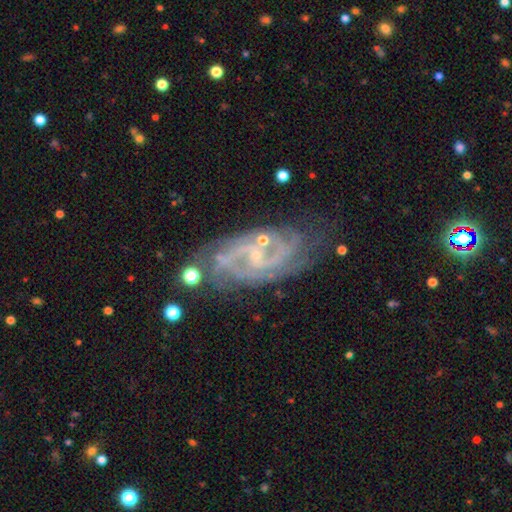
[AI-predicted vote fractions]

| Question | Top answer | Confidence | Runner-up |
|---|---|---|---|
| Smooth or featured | featured or disk | 85% | star or artifact (8%) |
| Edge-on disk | no | 95% | yes (5%) |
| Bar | no | 45% | weak (41%) |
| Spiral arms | yes | 96% | no (4%) |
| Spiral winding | medium | 44% | tight (43%) |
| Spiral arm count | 2 | 47% | can't tell (19%) |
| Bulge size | small | 76% | moderate (15%) |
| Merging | none | 70% | minor disturbance (18%) |